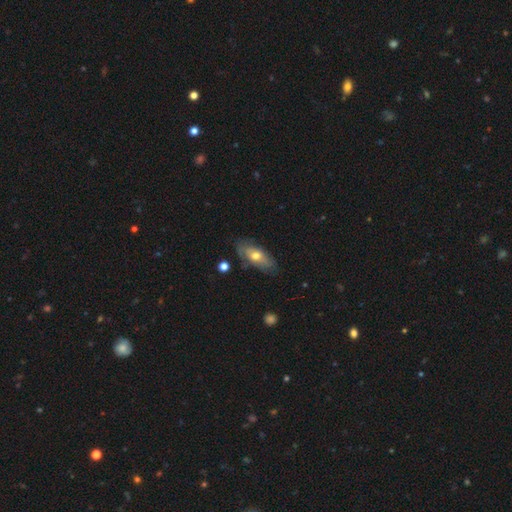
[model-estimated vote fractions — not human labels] This appears to be a smooth galaxy with no disk features (55%) that is in between round and cigar-shaped (79%). Merging: none (77%).